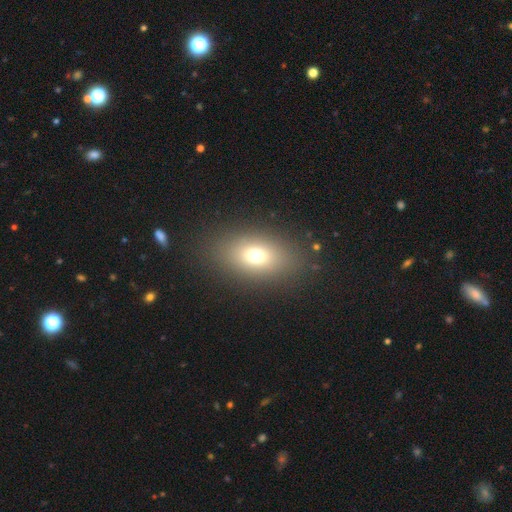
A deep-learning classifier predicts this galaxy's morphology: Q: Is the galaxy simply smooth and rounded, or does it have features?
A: smooth — 71%.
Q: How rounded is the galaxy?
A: in between — 78%.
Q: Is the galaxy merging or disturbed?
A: none — 85%.